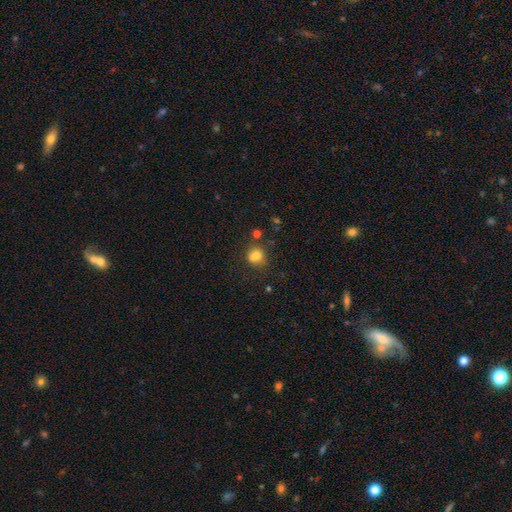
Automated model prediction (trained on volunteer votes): Q: Smooth or featured?
A: smooth (77%); runner-up: star or artifact (13%)
Q: How rounded?
A: round (74%); runner-up: in between (25%)
Q: Merging?
A: none (56%); runner-up: merger (22%)